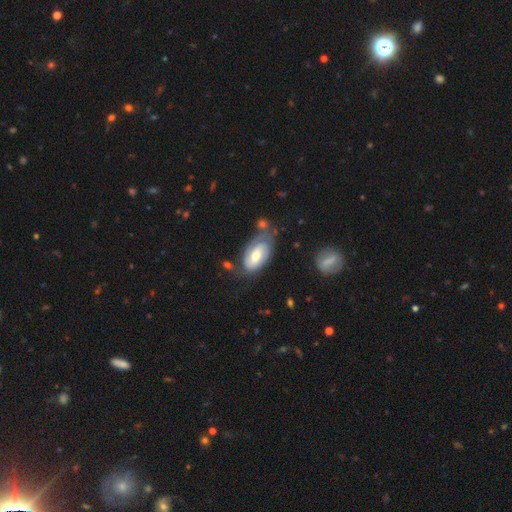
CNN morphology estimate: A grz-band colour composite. It shows a featured or disk galaxy (60%) with no bar (44%), spiral arms (81%) and a moderate central bulge (67%). Merging: none (49%).